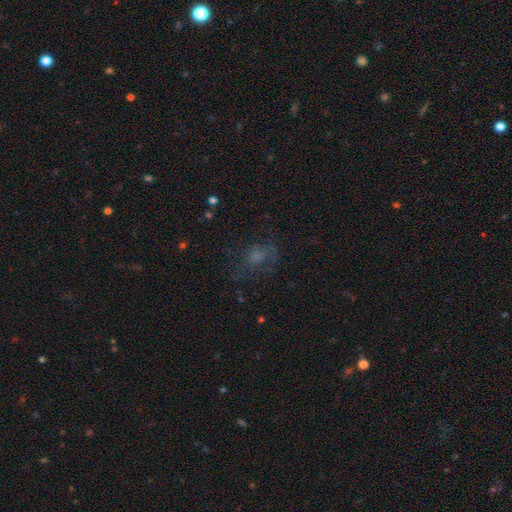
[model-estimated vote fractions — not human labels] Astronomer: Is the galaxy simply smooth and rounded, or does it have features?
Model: smooth — 40% (runner-up: star or artifact, 35%).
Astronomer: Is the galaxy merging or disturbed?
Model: none — 62%.